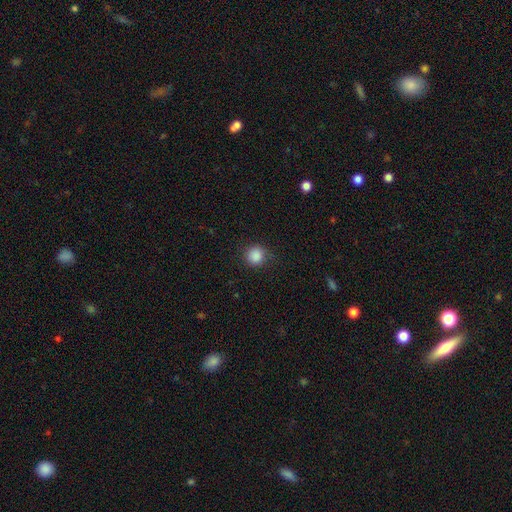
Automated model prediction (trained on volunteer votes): Overall: smooth (87%). How rounded: round (91%). Merging: none (85%).